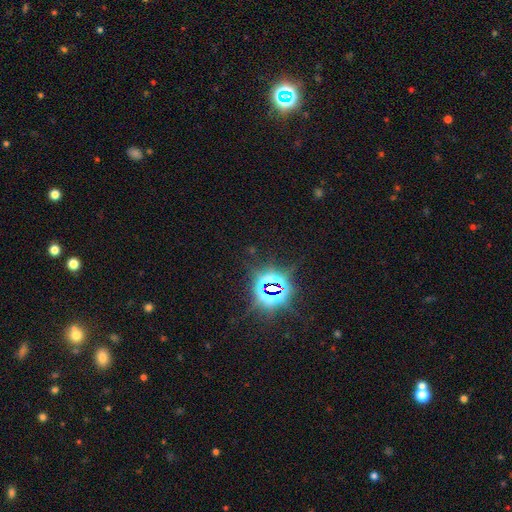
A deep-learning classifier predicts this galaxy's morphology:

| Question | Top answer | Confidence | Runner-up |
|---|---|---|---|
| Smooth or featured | star or artifact | 82% | smooth (11%) |